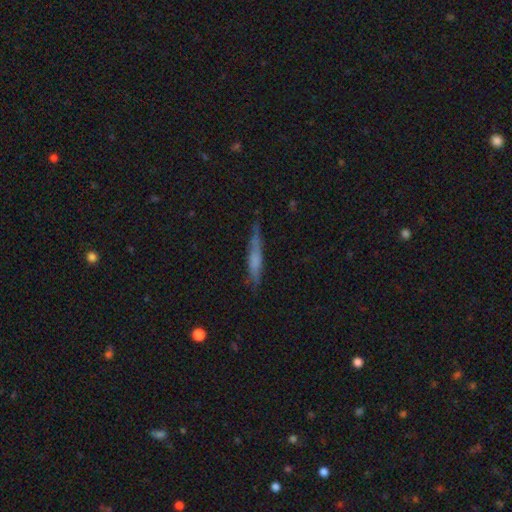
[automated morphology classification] A smooth galaxy with no disk features (49%).

Vote fractions:
- Smooth or featured? smooth: 49% / featured or disk: 43% / star or artifact: 9%
- Merging? none: 75% / minor disturbance: 19% / major disturbance: 4% / merger: 2%